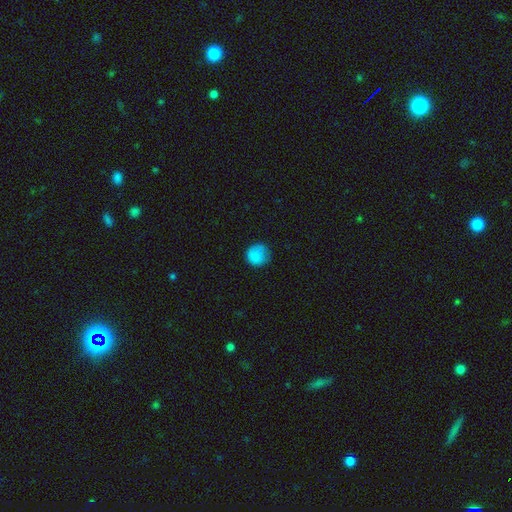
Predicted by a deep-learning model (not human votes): Smooth or featured: smooth — 85% (star or artifact — 9%)
How rounded: round — 91% (in between — 8%)
Merging: none — 73% (minor disturbance — 20%)